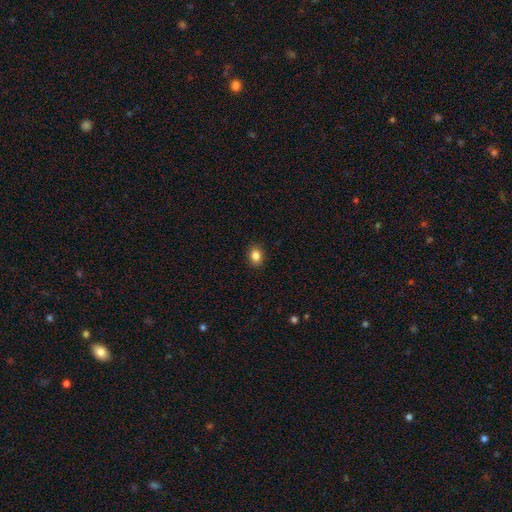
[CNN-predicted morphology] smooth-or-featured: smooth: 85% | star or artifact: 10% | featured or disk: 5%
  how-rounded: in between: 55% | round: 44% | cigar-shaped: 1%
  merging: none: 90% | minor disturbance: 7% | major disturbance: 2% | merger: 1%